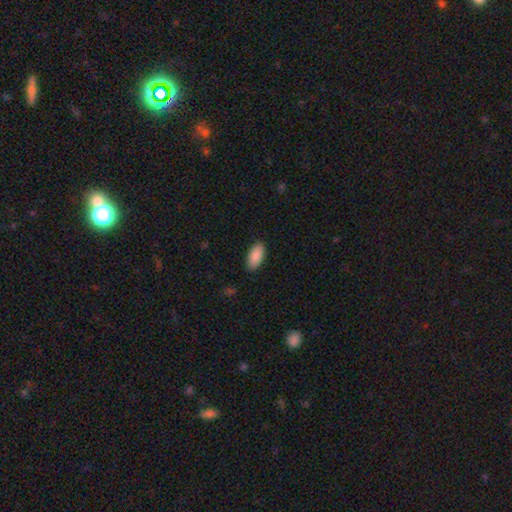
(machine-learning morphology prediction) Smooth or featured? Predicted: smooth (p=0.90). How rounded? Predicted: in between (p=0.92). Merging? Predicted: none (p=0.88).